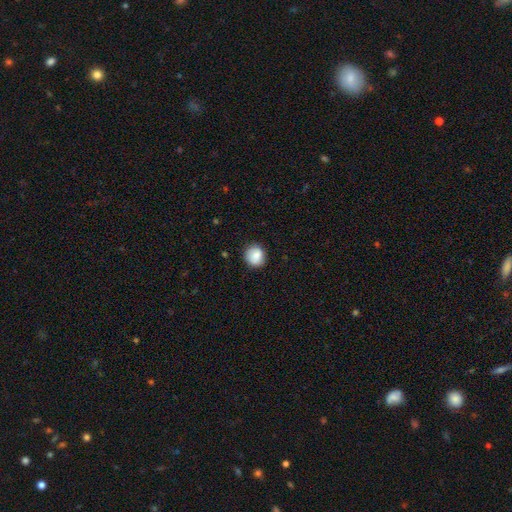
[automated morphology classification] smooth_or_featured: smooth (p=0.86) [alt: star or artifact p=0.08]
how_rounded: round (p=0.86) [alt: in between p=0.13]
merging: none (p=0.85) [alt: minor disturbance p=0.12]